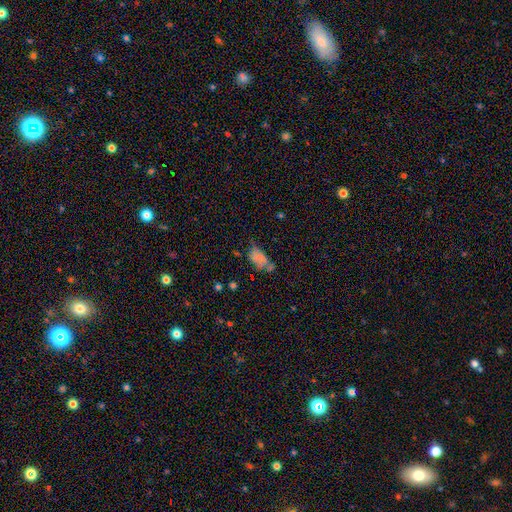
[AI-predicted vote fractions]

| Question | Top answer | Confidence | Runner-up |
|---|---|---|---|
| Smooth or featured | smooth | 60% | featured or disk (22%) |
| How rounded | in between | 87% | cigar-shaped (8%) |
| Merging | none | 36% | minor disturbance (30%) |